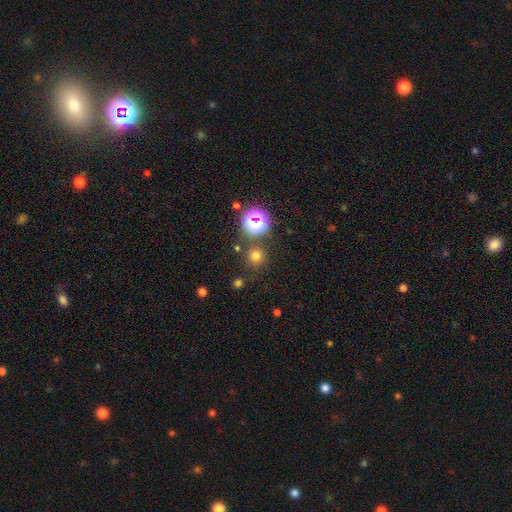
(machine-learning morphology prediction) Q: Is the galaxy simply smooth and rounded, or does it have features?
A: smooth — 69%.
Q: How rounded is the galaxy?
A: round — 94%.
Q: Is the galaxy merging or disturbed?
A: none — 83%.